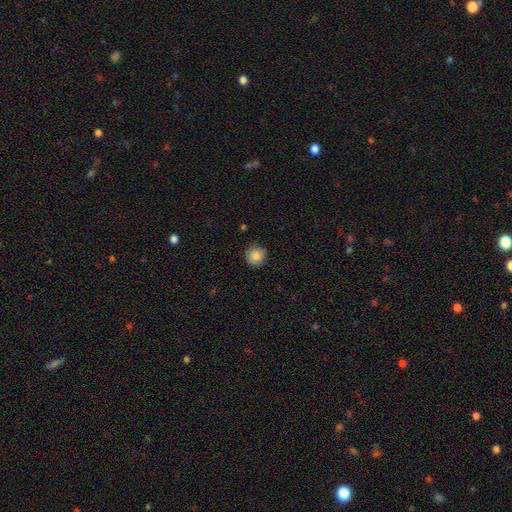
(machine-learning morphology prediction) Smooth or featured? smooth (87%)
How rounded? round (93%)
Merging? none (85%)